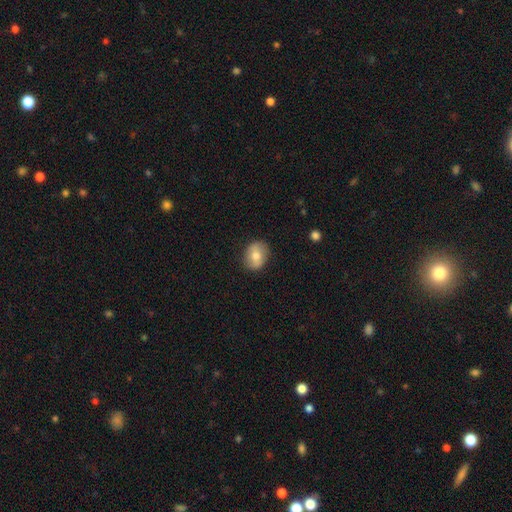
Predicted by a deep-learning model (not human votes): Morphology: type=smooth (67%); roundness=in between (60%); merging=none (85%).